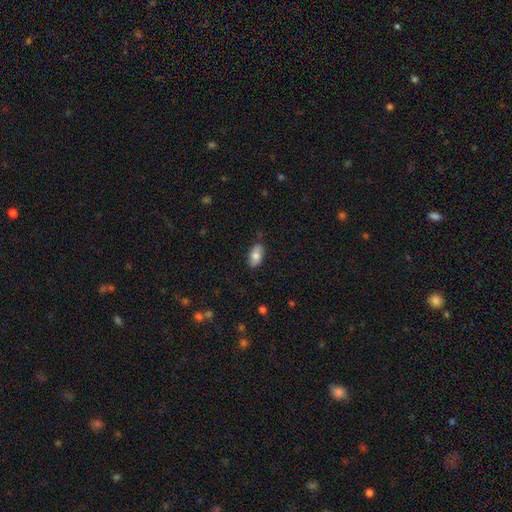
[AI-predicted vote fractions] The model was most divided on "smooth or featured": smooth: 80%, featured or disk: 14%, star or artifact: 7%. More confident: how rounded — in between (93%); merging — none (84%).